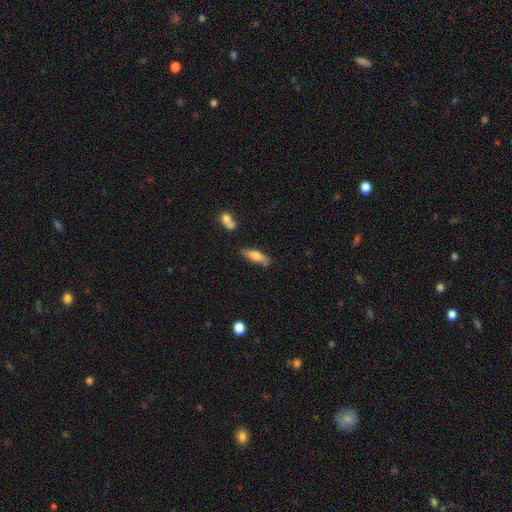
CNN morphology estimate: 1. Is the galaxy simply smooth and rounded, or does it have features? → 62% smooth, 31% featured or disk, 7% star or artifact.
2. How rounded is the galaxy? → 50% cigar-shaped, 47% in between, 3% round.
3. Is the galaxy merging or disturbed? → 72% none, 18% minor disturbance, 6% merger, 4% major disturbance.